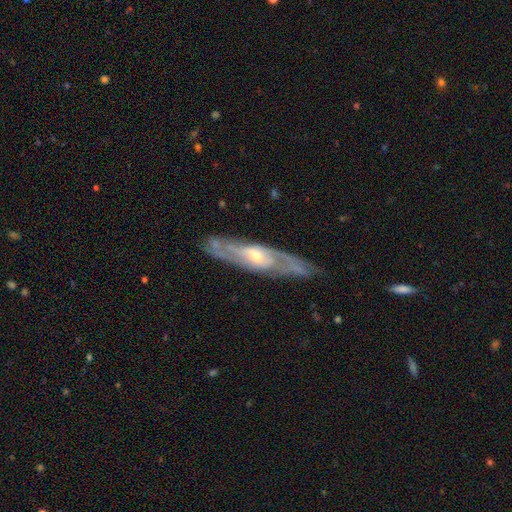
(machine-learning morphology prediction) featured or disk 85%, smooth 10%, star or artifact 5%. Down the decision tree: edge-on disk — no (69%); bar — no (54%); spiral arms — yes (91%); spiral arm count — 2 (58%); spiral winding — tight (45%); bulge size — small (53%); merging — none (79%).